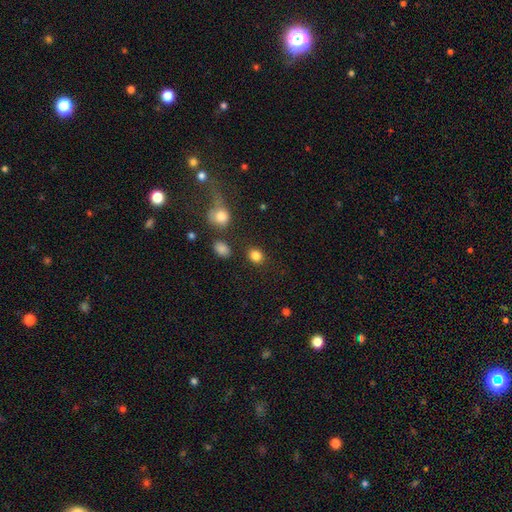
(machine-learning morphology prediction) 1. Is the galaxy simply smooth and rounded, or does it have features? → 85% smooth, 11% star or artifact, 4% featured or disk.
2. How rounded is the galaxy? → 68% round, 31% in between, 1% cigar-shaped.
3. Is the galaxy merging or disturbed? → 83% none, 9% minor disturbance, 5% merger, 4% major disturbance.